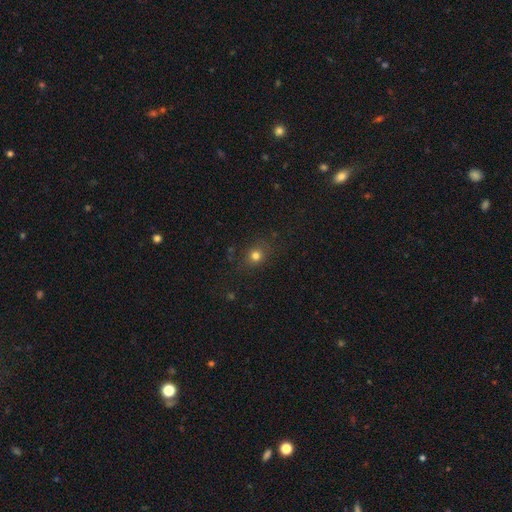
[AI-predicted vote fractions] A smooth galaxy with no disk features (75%) that is round (73%).

Vote fractions:
- Smooth or featured? smooth: 75% / star or artifact: 17% / featured or disk: 8%
- How rounded? round: 73% / in between: 26% / cigar-shaped: 1%
- Merging? none: 83% / minor disturbance: 11% / major disturbance: 4% / merger: 1%